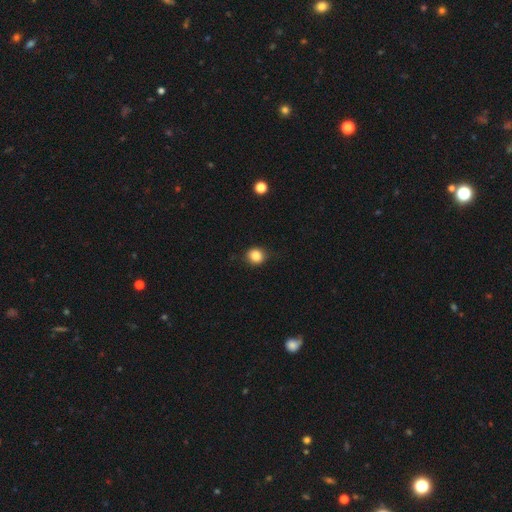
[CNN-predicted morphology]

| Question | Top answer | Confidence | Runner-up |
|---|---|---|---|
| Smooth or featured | smooth | 85% | star or artifact (11%) |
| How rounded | round | 82% | in between (17%) |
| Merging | none | 84% | minor disturbance (12%) |